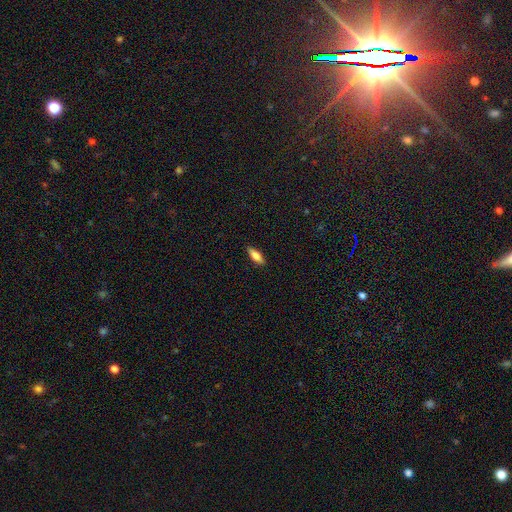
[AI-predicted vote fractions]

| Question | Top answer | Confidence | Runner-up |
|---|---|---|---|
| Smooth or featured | smooth | 79% | featured or disk (15%) |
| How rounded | in between | 63% | cigar-shaped (35%) |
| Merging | none | 88% | minor disturbance (9%) |